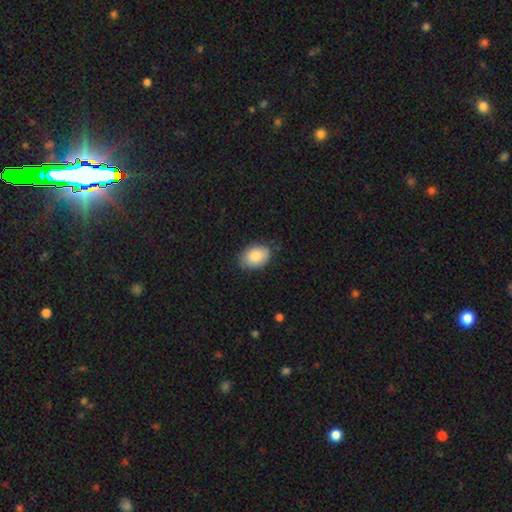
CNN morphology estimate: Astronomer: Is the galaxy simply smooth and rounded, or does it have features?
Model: smooth — 81%.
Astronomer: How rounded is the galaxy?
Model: in between — 81%.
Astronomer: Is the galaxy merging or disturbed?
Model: none — 74%.